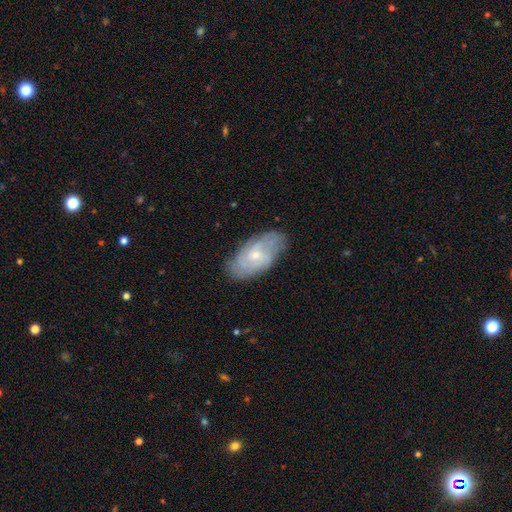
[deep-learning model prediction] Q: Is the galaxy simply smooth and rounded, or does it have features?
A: featured or disk — 70%.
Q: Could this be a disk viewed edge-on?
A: no — 94%.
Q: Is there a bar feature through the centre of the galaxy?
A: no — 66%.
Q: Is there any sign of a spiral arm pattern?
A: yes — 88%.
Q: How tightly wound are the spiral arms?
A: tight — 53%.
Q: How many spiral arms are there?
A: can't tell — 43%.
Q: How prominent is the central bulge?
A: small — 65%.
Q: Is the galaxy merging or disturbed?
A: none — 76%.